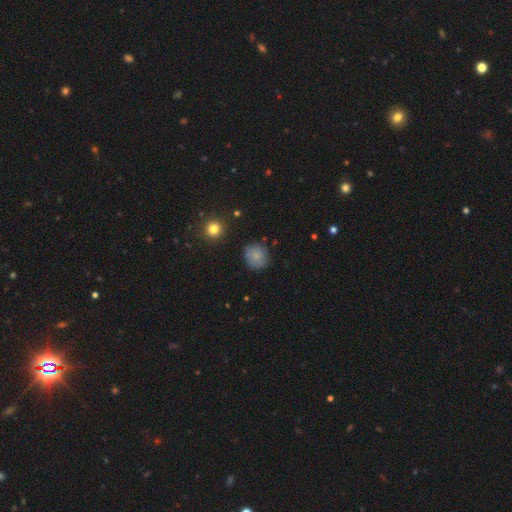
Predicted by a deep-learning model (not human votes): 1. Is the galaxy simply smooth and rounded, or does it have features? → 73% smooth, 17% featured or disk, 10% star or artifact.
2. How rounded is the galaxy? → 83% round, 16% in between, 1% cigar-shaped.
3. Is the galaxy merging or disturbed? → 78% none, 16% minor disturbance, 4% major disturbance, 2% merger.